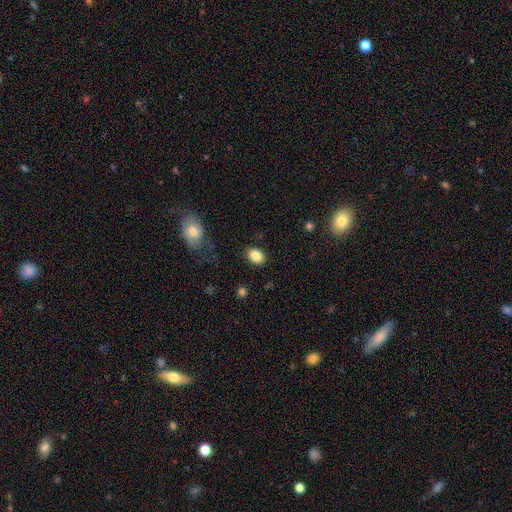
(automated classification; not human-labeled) This appears to be a smooth galaxy with no disk features (86%) that is in between round and cigar-shaped (75%). Merging: none (85%).